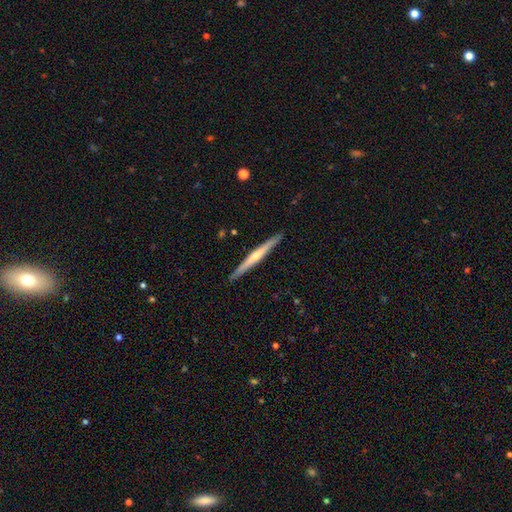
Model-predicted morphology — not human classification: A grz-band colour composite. It shows a featured or disk galaxy (59%) viewed edge-on (97%) with a rounded central bulge (54%). Merging: none (92%).